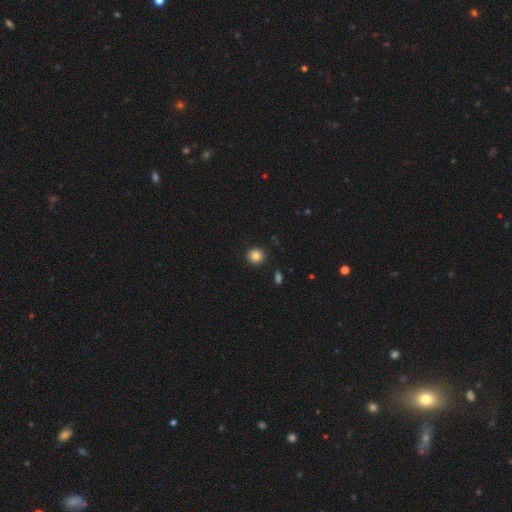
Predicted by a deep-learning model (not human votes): This appears to be a smooth galaxy with no disk features (84%) that is round (91%). Merging: none (91%).